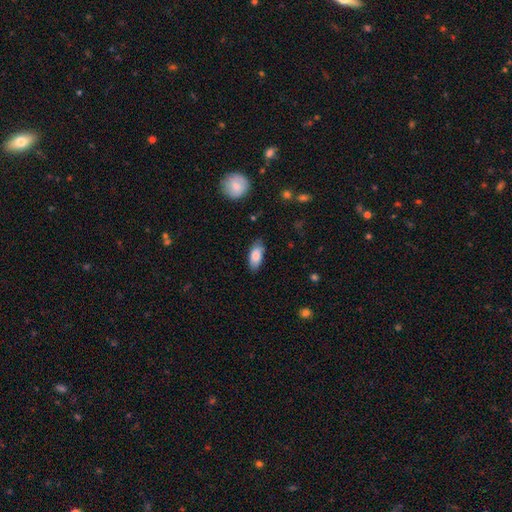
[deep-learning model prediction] Smooth or featured?
  - smooth: 84% *
  - featured or disk: 10%
  - star or artifact: 6%
How rounded?
  - in between: 87% *
  - cigar-shaped: 11%
  - round: 2%
Merging?
  - none: 81% *
  - minor disturbance: 15%
  - major disturbance: 3%
  - merger: 1%